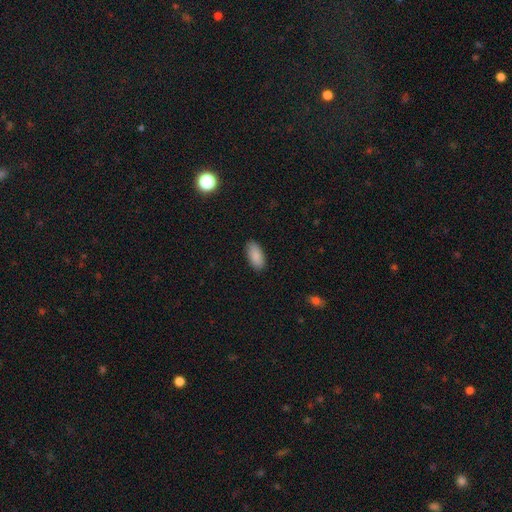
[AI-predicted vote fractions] The model was most divided on "merging": none: 88%, minor disturbance: 9%, major disturbance: 2%, merger: 1%. More confident: how rounded — in between (92%); smooth or featured — smooth (89%).